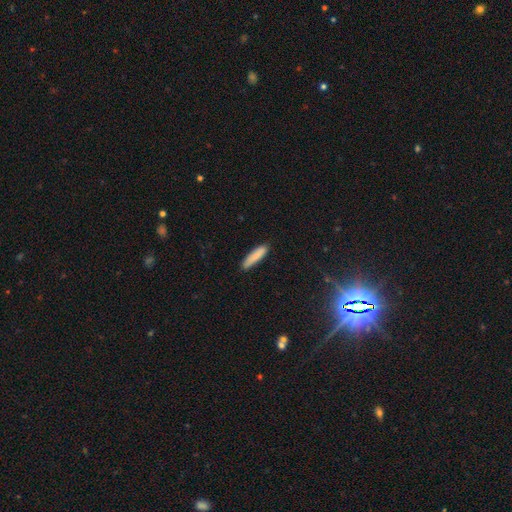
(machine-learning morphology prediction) smooth-or-featured: smooth: 86% | featured or disk: 8% | star or artifact: 6%
  how-rounded: cigar-shaped: 83% | in between: 16% | round: 1%
  merging: none: 84% | minor disturbance: 12% | major disturbance: 2% | merger: 1%